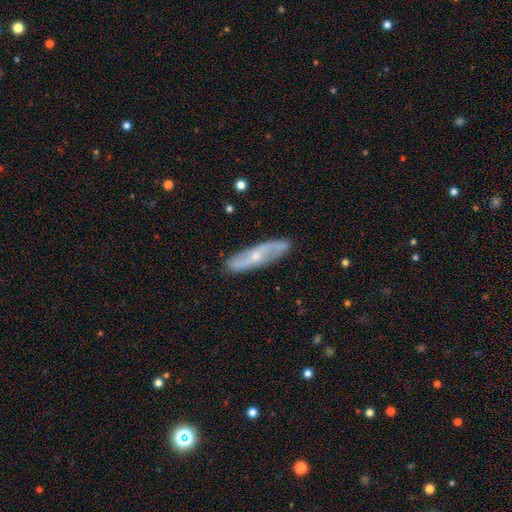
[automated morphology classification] Smooth or featured: featured or disk — 72% (smooth — 22%)
Edge-on disk: no — 72% (yes — 28%)
Bar: no — 52% (weak — 34%)
Spiral arms: yes — 88% (no — 12%)
Bulge size: small — 67% (moderate — 27%)
Merging: none — 83% (minor disturbance — 13%)